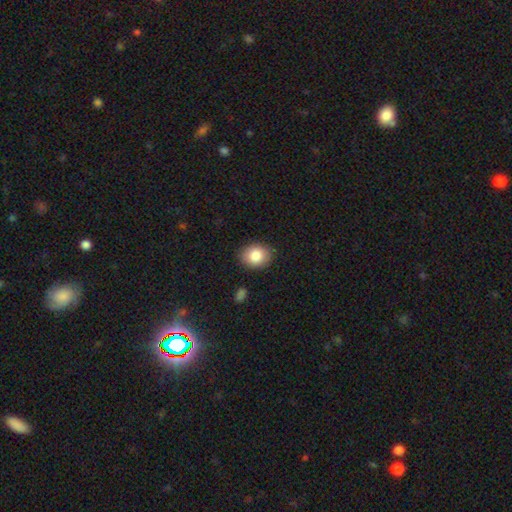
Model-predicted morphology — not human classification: smooth 85%, star or artifact 8%, featured or disk 7%. Down the decision tree: how rounded — in between (50%); merging — none (86%).